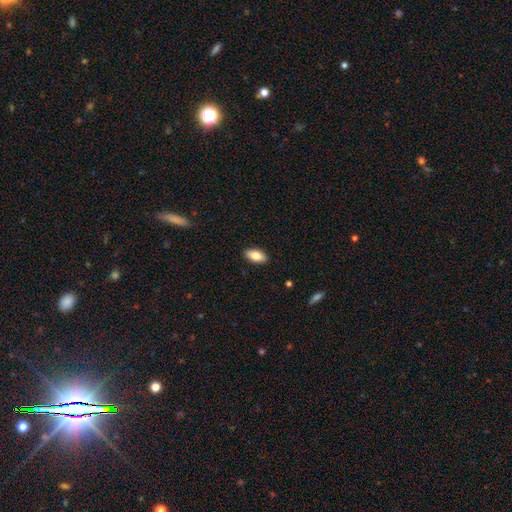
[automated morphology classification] A smooth galaxy with no disk features (81%) that is in between round and cigar-shaped (90%). Merging: none (90%).